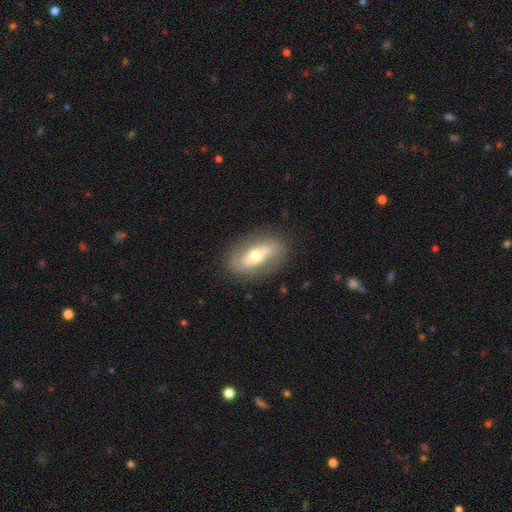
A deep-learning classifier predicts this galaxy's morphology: A featured or disk galaxy (54%). Merging: none (81%).